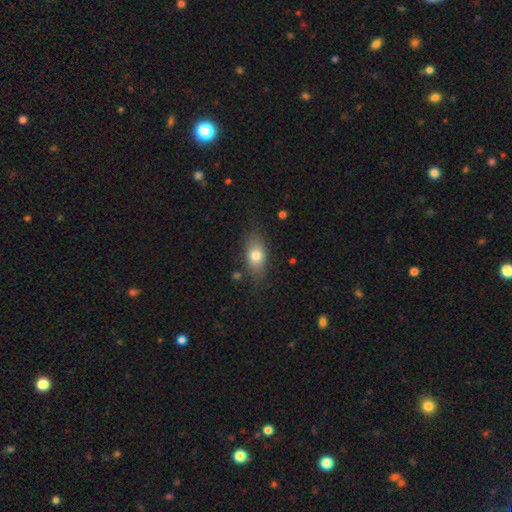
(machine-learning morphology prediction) Smooth or featured? smooth (77%)
How rounded? in between (82%)
Merging? none (77%)